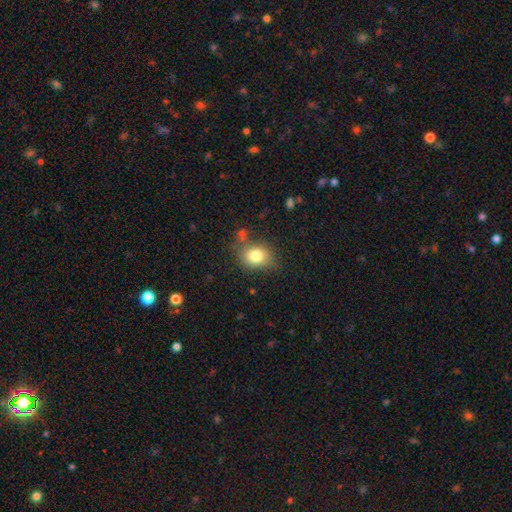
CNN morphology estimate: smooth-or-featured: smooth: 80% | star or artifact: 10% | featured or disk: 10%
  how-rounded: in between: 51% | round: 48% | cigar-shaped: 1%
  merging: none: 68% | minor disturbance: 19% | major disturbance: 6% | merger: 6%